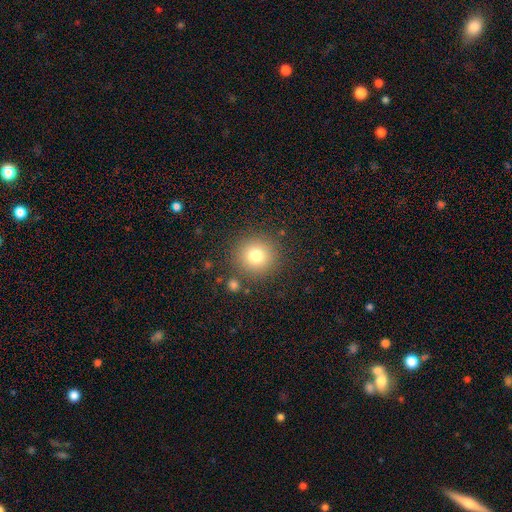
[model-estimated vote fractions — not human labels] Smooth or featured?
  - smooth: 77% *
  - star or artifact: 13%
  - featured or disk: 10%
How rounded?
  - round: 95% *
  - in between: 4%
  - cigar-shaped: 1%
Merging?
  - none: 86% *
  - minor disturbance: 7%
  - major disturbance: 3%
  - merger: 3%